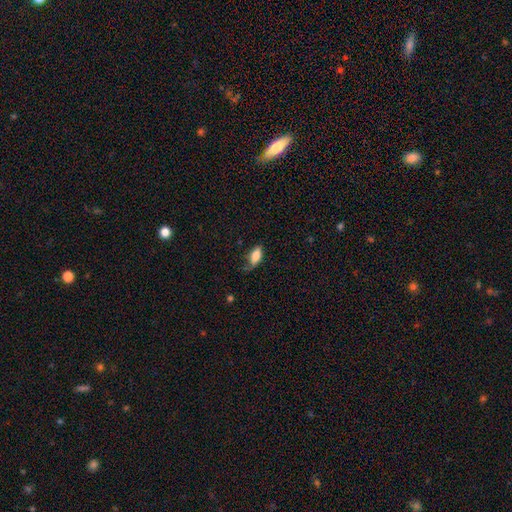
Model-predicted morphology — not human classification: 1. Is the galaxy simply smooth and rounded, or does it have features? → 78% smooth, 15% featured or disk, 7% star or artifact.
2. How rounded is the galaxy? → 84% in between, 12% cigar-shaped, 3% round.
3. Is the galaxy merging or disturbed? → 49% none, 34% minor disturbance, 14% major disturbance, 3% merger.